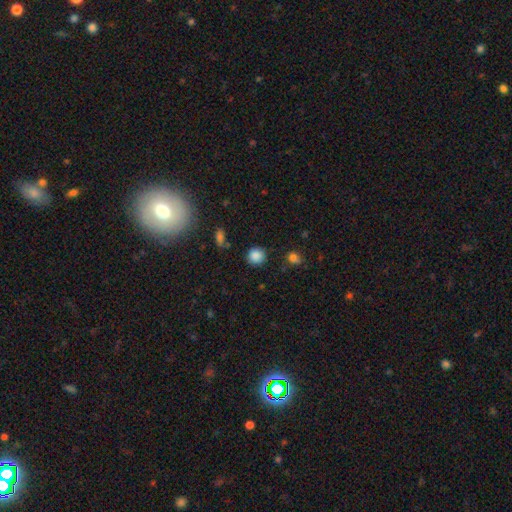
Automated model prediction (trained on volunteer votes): smooth_or_featured: smooth (p=0.86) [alt: star or artifact p=0.11]
how_rounded: round (p=0.89) [alt: in between p=0.10]
merging: none (p=0.86) [alt: minor disturbance p=0.09]